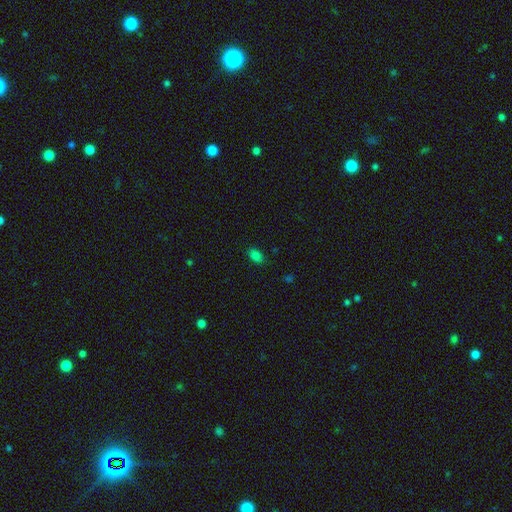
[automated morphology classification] This appears to be a smooth galaxy with no disk features (82%) that is in between round and cigar-shaped (88%). Merging: none (86%).